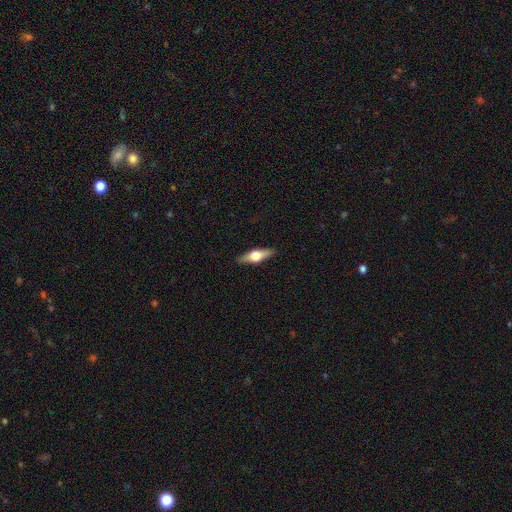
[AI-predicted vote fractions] Smooth or featured: featured or disk — 58% (smooth — 36%)
Edge-on disk: yes — 94% (no — 6%)
Edge-on bulge: rounded — 94% (boxy — 4%)
Merging: none — 89% (minor disturbance — 8%)